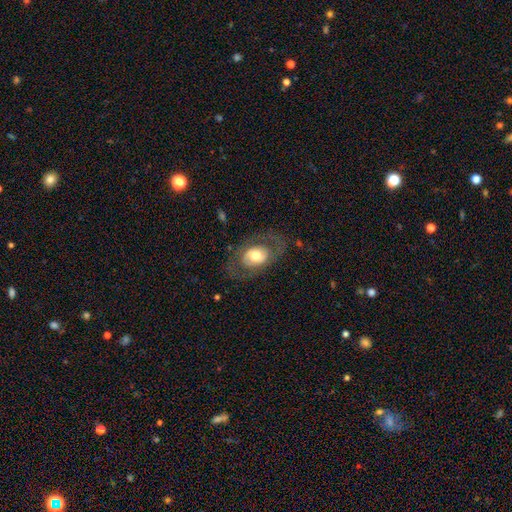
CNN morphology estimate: Smooth or featured?
  - featured or disk: 55% *
  - smooth: 39%
  - star or artifact: 7%
Edge-on disk?
  - no: 92% *
  - yes: 8%
Bar?
  - no: 75% *
  - weak: 19%
  - strong: 7%
Spiral arms?
  - no: 59% *
  - yes: 41%
Bulge size?
  - moderate: 63% *
  - large: 25%
  - small: 9%
  - dominant: 2%
  - none: 1%
Merging?
  - none: 70% *
  - minor disturbance: 15%
  - major disturbance: 14%
  - merger: 1%